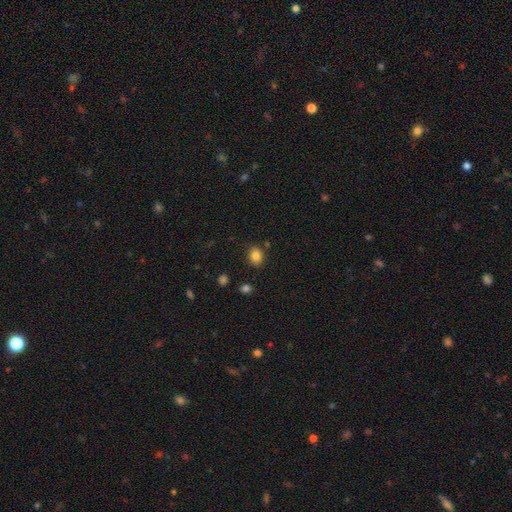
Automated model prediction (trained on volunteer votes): Morphology: type=smooth (84%); roundness=round (56%); merging=none (82%).